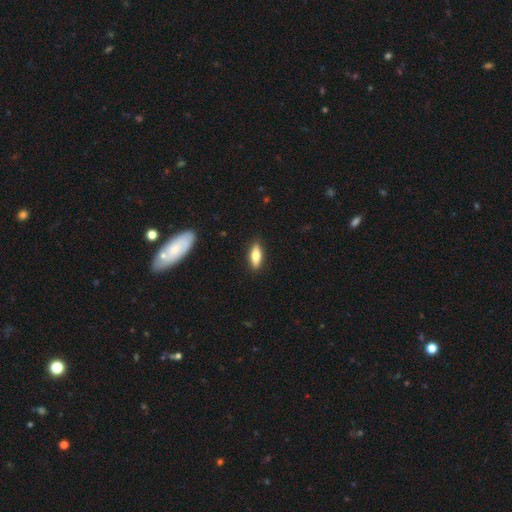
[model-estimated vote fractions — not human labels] A smooth galaxy with no disk features (68%) that is in between round and cigar-shaped (64%).

Vote fractions:
- Smooth or featured? smooth: 68% / featured or disk: 26% / star or artifact: 6%
- How rounded? in between: 64% / cigar-shaped: 33% / round: 3%
- Merging? none: 89% / minor disturbance: 8% / major disturbance: 2% / merger: 1%